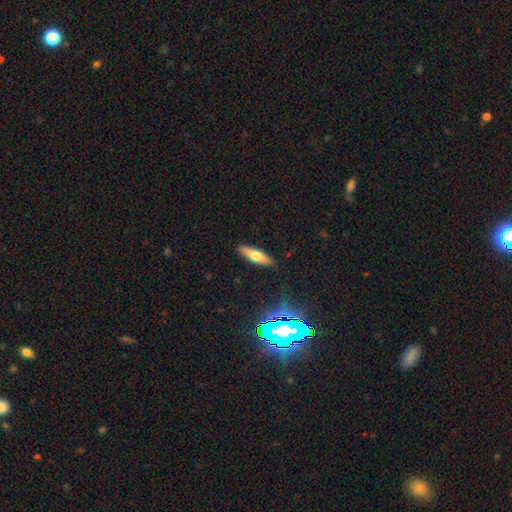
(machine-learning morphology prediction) This appears to be a smooth galaxy with no disk features (59%) that is cigar-shaped (54%). Merging: none (89%).